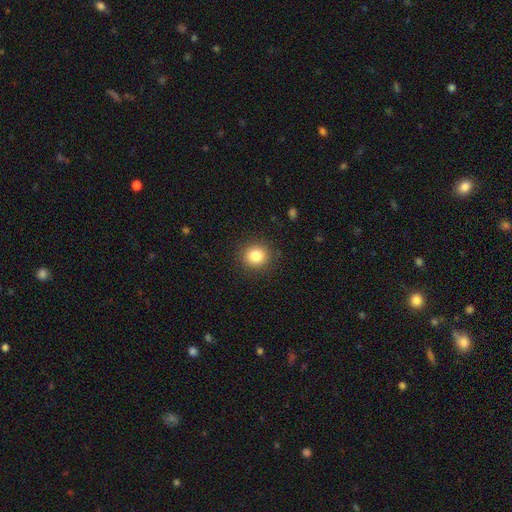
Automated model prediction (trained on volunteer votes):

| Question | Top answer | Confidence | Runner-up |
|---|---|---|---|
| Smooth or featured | smooth | 83% | star or artifact (11%) |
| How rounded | round | 88% | in between (11%) |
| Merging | none | 90% | minor disturbance (6%) |